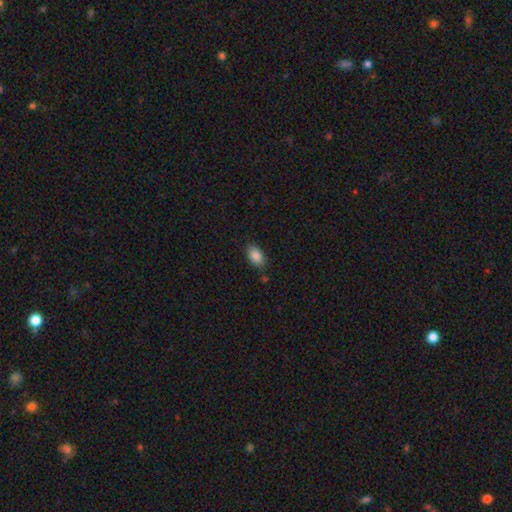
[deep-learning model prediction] Smooth or featured: smooth — 87% (star or artifact — 8%)
How rounded: in between — 91% (round — 7%)
Merging: none — 81% (minor disturbance — 13%)